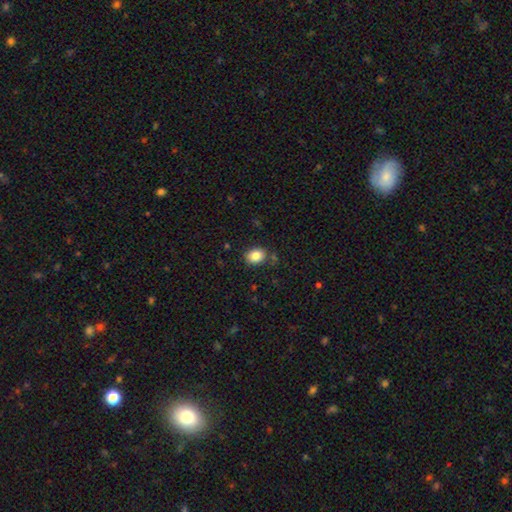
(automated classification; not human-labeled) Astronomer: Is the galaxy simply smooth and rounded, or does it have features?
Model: smooth — 84%.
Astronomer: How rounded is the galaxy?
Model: in between — 52% (runner-up: round, 47%).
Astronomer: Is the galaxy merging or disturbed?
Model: none — 83%.